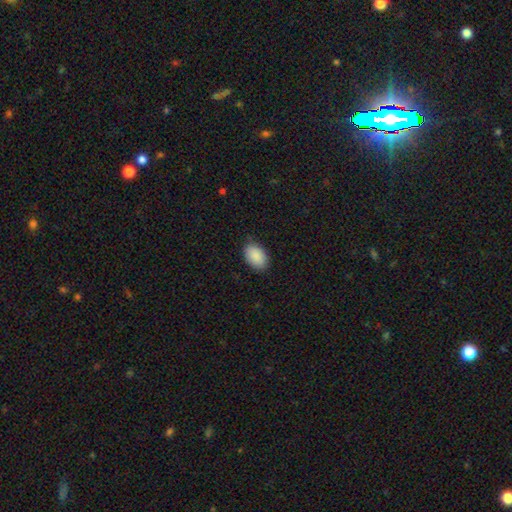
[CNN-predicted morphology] Overall: smooth (90%). How rounded: in between (90%). Merging: none (85%).